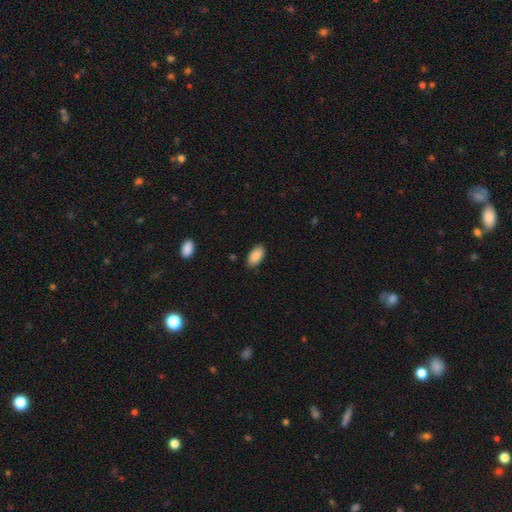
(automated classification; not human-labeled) Smooth or featured: smooth — 90% (star or artifact — 6%)
How rounded: in between — 95% (round — 3%)
Merging: none — 86% (minor disturbance — 10%)